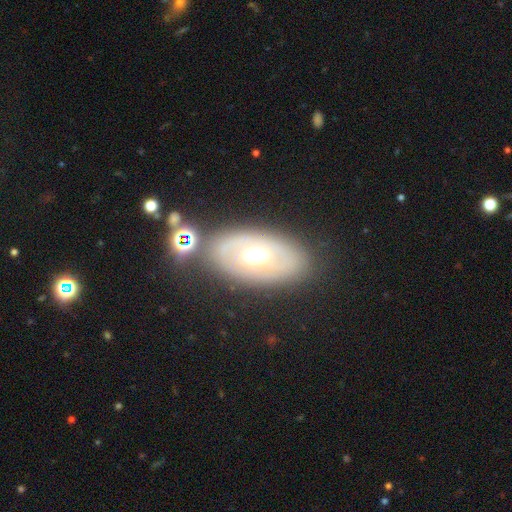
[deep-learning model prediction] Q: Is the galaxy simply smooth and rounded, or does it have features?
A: featured or disk — 54%.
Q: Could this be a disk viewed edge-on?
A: no — 88%.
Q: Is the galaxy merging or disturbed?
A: none — 76%.